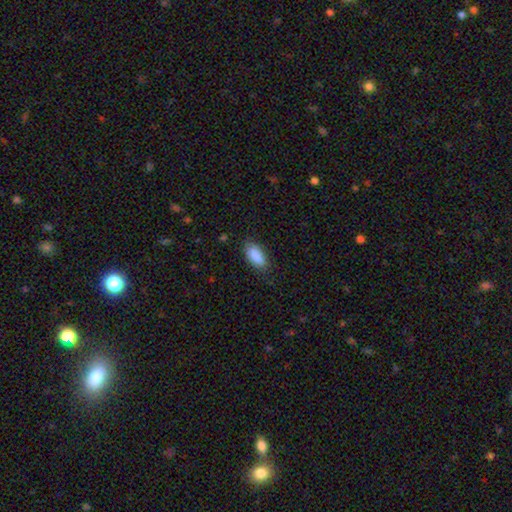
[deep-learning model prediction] smooth-or-featured: smooth: 89% | star or artifact: 7% | featured or disk: 4%
  how-rounded: in between: 89% | cigar-shaped: 9% | round: 2%
  merging: none: 79% | minor disturbance: 16% | major disturbance: 3% | merger: 1%